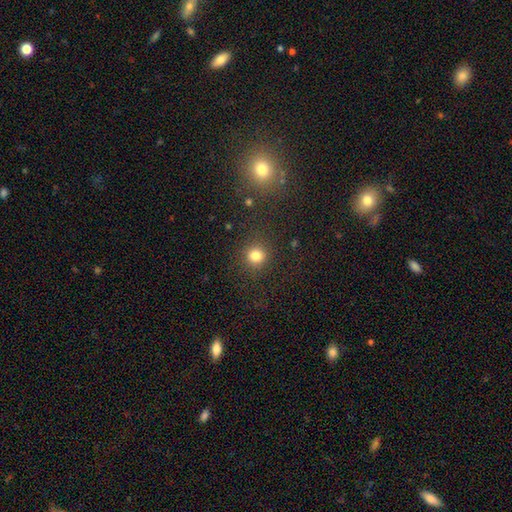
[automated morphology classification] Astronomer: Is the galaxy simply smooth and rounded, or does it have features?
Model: smooth — 81%.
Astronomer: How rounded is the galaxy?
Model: round — 91%.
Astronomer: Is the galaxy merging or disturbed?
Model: none — 86%.